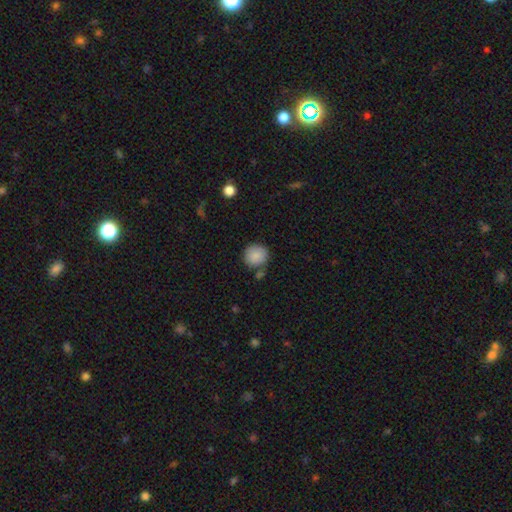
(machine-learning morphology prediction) smooth_or_featured: smooth (p=0.88) [alt: star or artifact p=0.08]
how_rounded: round (p=0.91) [alt: in between p=0.08]
merging: none (p=0.78) [alt: minor disturbance p=0.11]